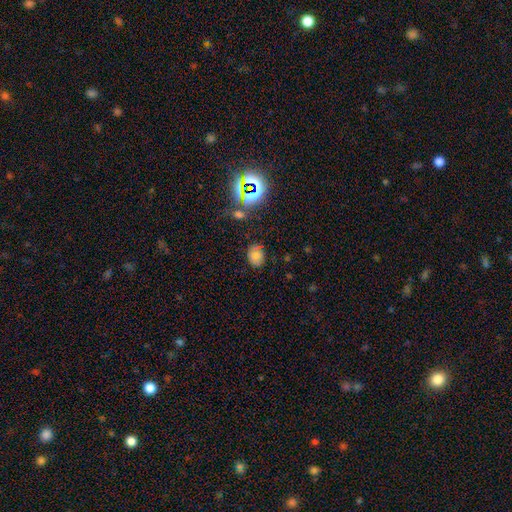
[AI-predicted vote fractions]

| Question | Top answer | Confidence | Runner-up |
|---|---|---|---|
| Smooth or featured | smooth | 67% | star or artifact (19%) |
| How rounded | in between | 55% | round (44%) |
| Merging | none | 76% | minor disturbance (17%) |